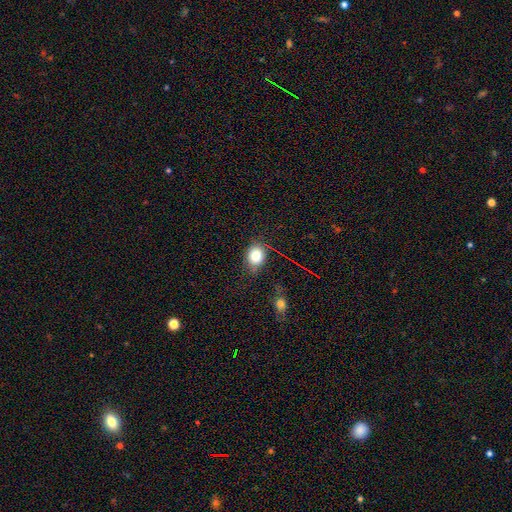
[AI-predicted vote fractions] smooth-or-featured: smooth: 80% | star or artifact: 12% | featured or disk: 8%
  how-rounded: round: 54% | in between: 45% | cigar-shaped: 1%
  merging: none: 74% | minor disturbance: 17% | major disturbance: 5% | merger: 3%